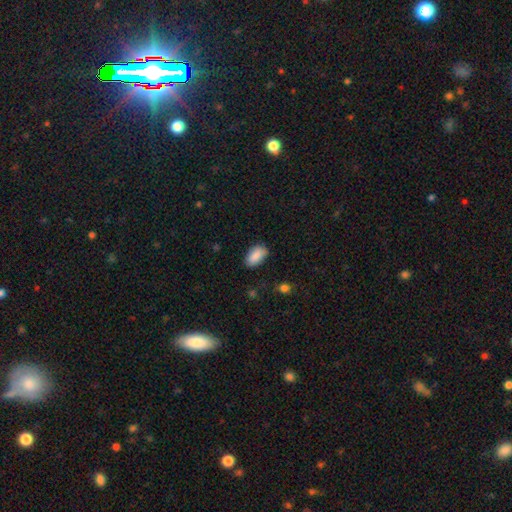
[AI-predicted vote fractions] Smooth or featured: smooth — 89% (star or artifact — 7%)
How rounded: in between — 93% (round — 4%)
Merging: none — 83% (minor disturbance — 13%)